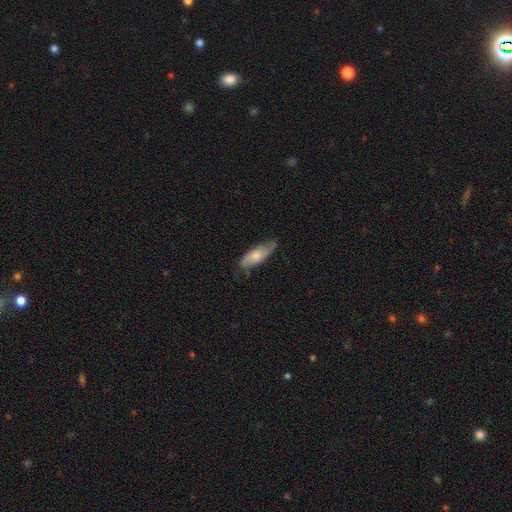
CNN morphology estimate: Smooth or featured? smooth (65%)
How rounded? in between (68%)
Merging? none (60%)